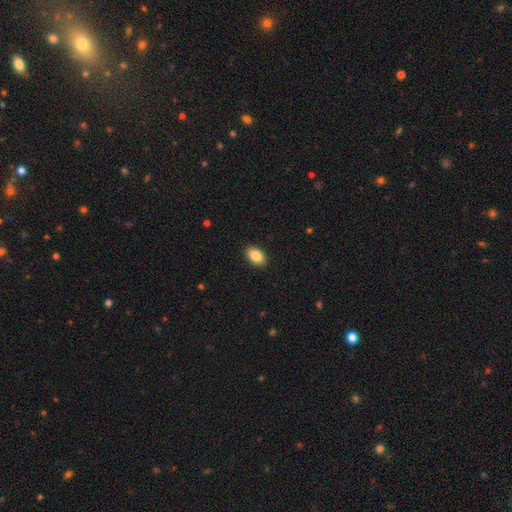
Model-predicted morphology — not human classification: Smooth or featured? smooth (87%)
How rounded? in between (91%)
Merging? none (91%)